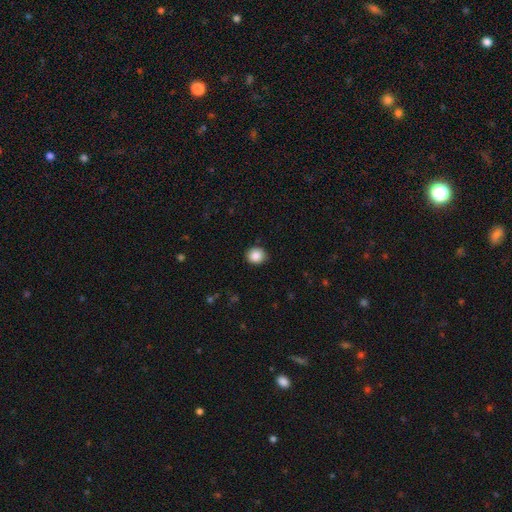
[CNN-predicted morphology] This is clearly a smooth galaxy (88%). How rounded: clearly round (85%). Merging: clearly none (89%).